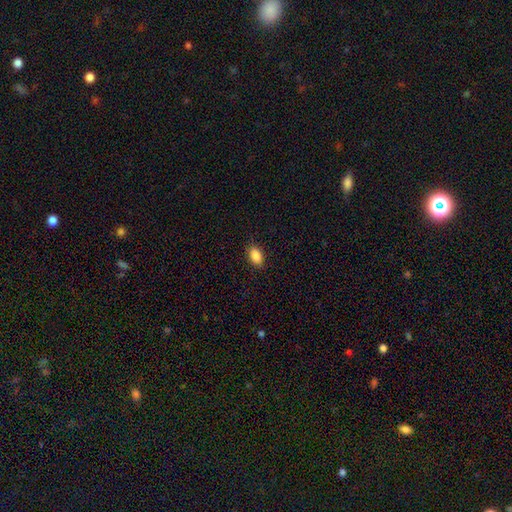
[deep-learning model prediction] smooth-or-featured: smooth: 88% | star or artifact: 8% | featured or disk: 5%
  how-rounded: in between: 90% | round: 7% | cigar-shaped: 3%
  merging: none: 88% | minor disturbance: 9% | major disturbance: 2% | merger: 1%